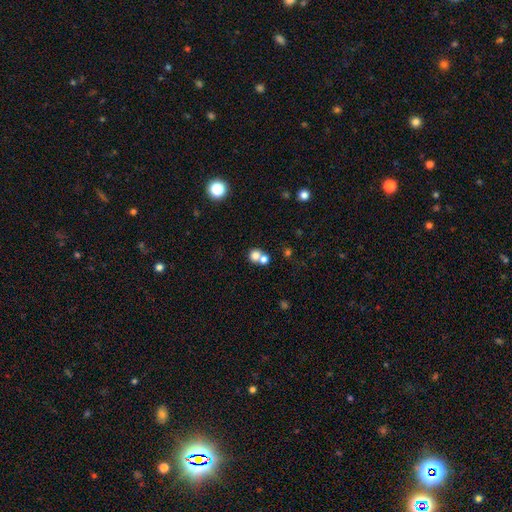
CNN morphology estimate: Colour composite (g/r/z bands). It shows a smooth galaxy with no disk features (76%) that is round (81%). Merging: merger (51%).